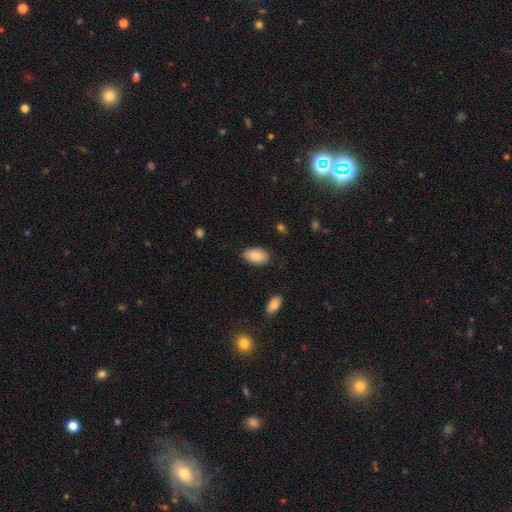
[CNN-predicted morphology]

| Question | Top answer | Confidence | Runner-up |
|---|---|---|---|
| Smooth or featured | smooth | 88% | featured or disk (6%) |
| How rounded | in between | 94% | round (4%) |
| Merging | none | 84% | minor disturbance (12%) |